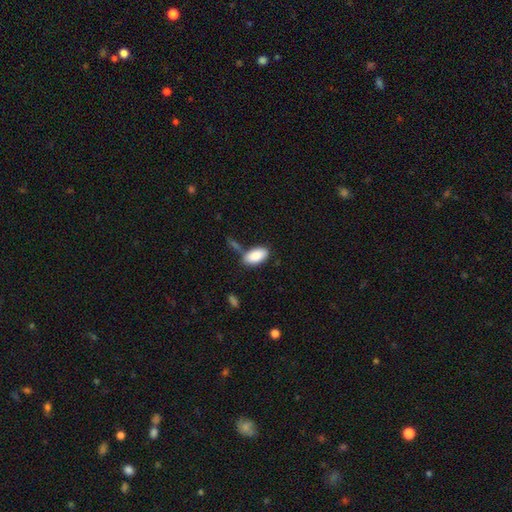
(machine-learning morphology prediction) smooth-or-featured: smooth: 87% | featured or disk: 7% | star or artifact: 6%
  how-rounded: in between: 94% | cigar-shaped: 3% | round: 3%
  merging: none: 66% | minor disturbance: 16% | merger: 13% | major disturbance: 5%